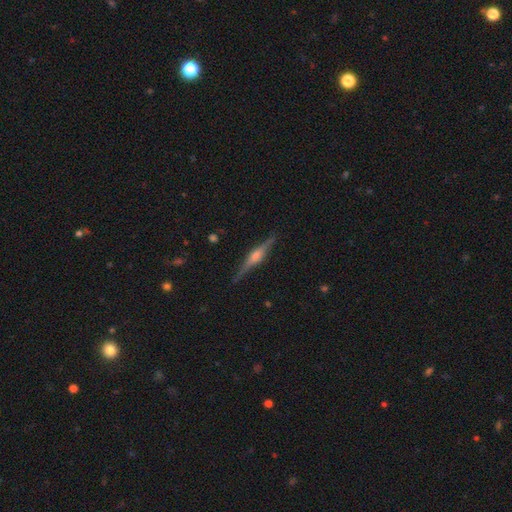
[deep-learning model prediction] The model was most divided on "edge-on bulge": rounded: 80%, boxy: 15%, none: 5%. More confident: edge-on disk — yes (98%); merging — none (89%); smooth or featured — featured or disk (82%).